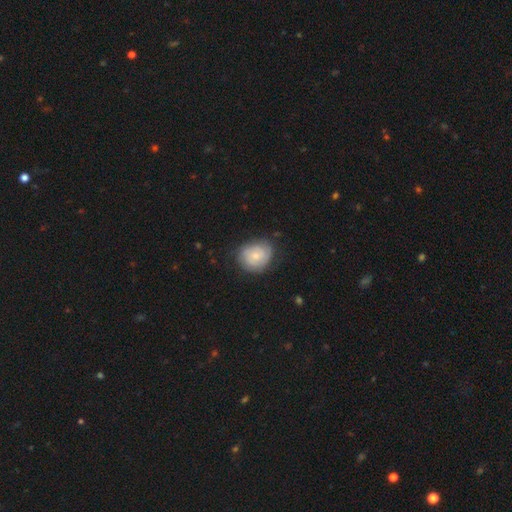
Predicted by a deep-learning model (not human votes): Smooth or featured? Predicted: smooth (p=0.53). How rounded? Predicted: round (p=0.60). Merging? Predicted: none (p=0.72).